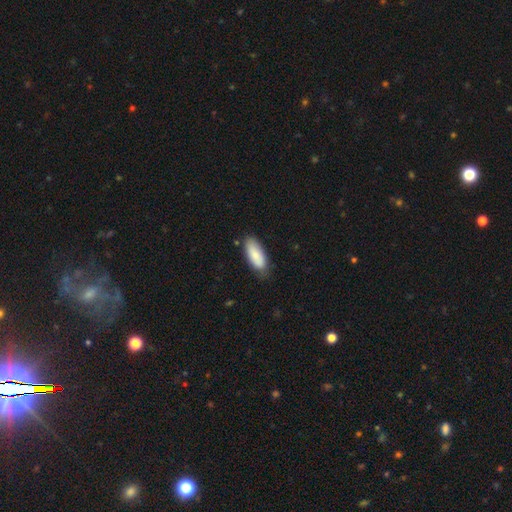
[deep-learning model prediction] A smooth galaxy with no disk features (84%) that is in between round and cigar-shaped (81%).

Vote fractions:
- Smooth or featured? smooth: 84% / featured or disk: 10% / star or artifact: 6%
- How rounded? in between: 81% / cigar-shaped: 17% / round: 2%
- Merging? none: 75% / minor disturbance: 20% / major disturbance: 3% / merger: 2%